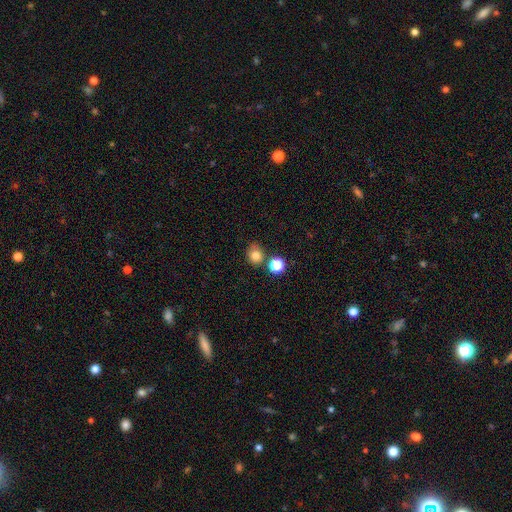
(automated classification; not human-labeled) This is likely a smooth galaxy (78%). How rounded: likely round (76%). Merging: likely none (69%).